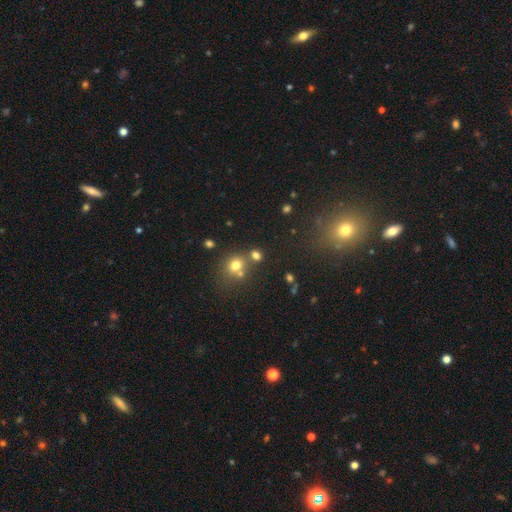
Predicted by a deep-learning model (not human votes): A smooth galaxy with no disk features (64%) that is round (78%).

Vote fractions:
- Smooth or featured? smooth: 64% / star or artifact: 25% / featured or disk: 11%
- How rounded? round: 78% / in between: 21% / cigar-shaped: 1%
- Merging? none: 59% / merger: 28% / minor disturbance: 9% / major disturbance: 4%